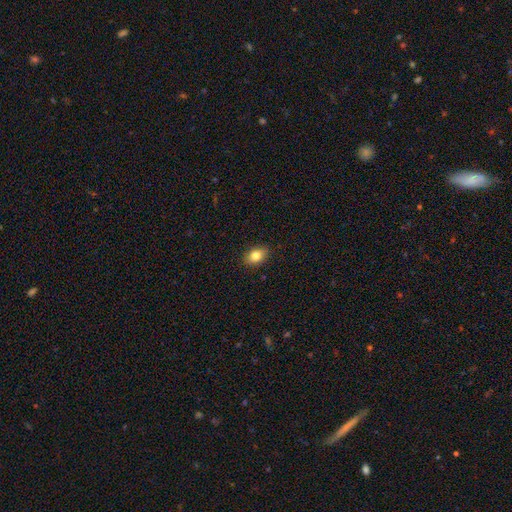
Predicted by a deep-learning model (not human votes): Smooth or featured? smooth (82%)
How rounded? in between (81%)
Merging? none (87%)